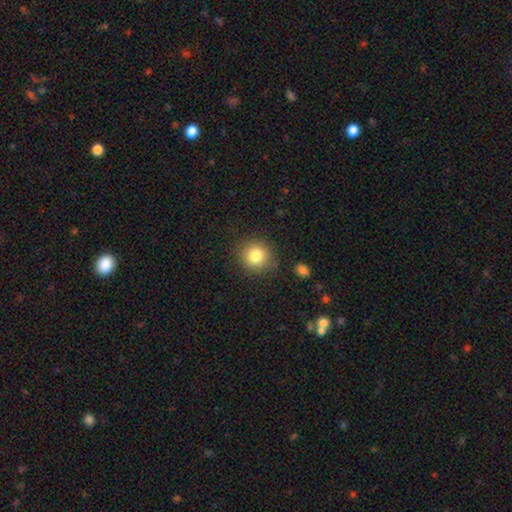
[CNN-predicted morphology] smooth_or_featured: smooth (p=0.82) [alt: star or artifact p=0.11]
how_rounded: round (p=0.90) [alt: in between p=0.09]
merging: none (p=0.86) [alt: minor disturbance p=0.09]